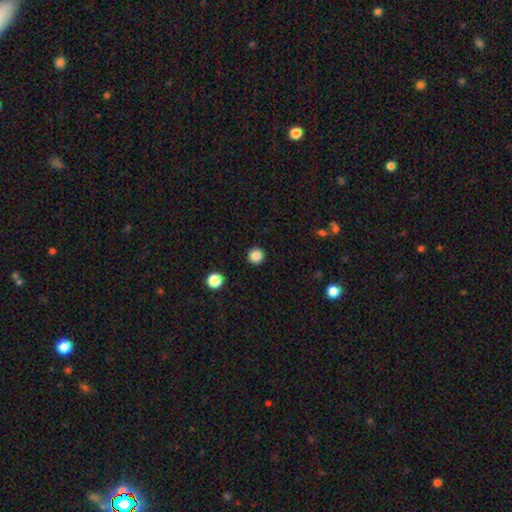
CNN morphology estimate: This appears to be a smooth galaxy with no disk features (86%) that is round (96%). Merging: none (93%).